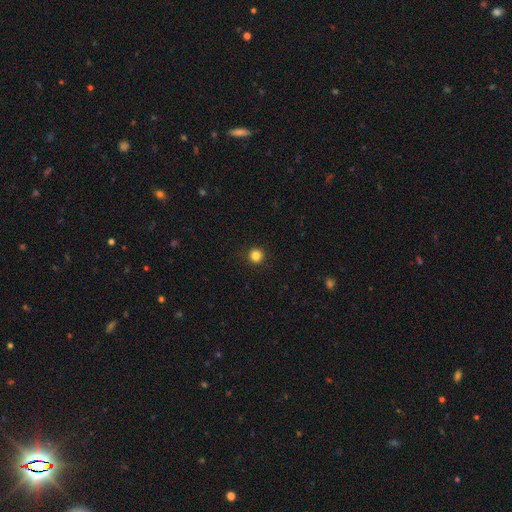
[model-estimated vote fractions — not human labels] Morphology: type=smooth (85%); roundness=round (95%); merging=none (93%).